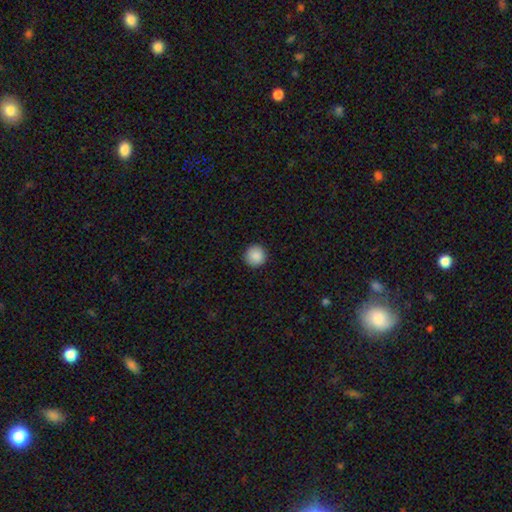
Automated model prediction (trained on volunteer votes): The model was most divided on "smooth or featured": smooth: 89%, star or artifact: 8%, featured or disk: 3%. More confident: how rounded — round (95%); merging — none (92%).